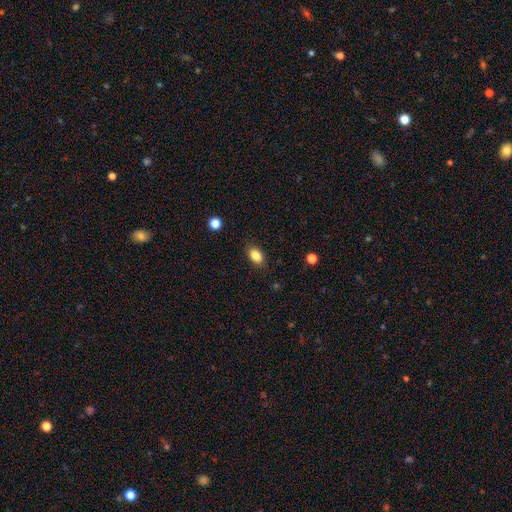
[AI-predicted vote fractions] The model was most divided on "how rounded": in between: 84%, round: 14%, cigar-shaped: 2%. More confident: merging — none (86%); smooth or featured — smooth (85%).